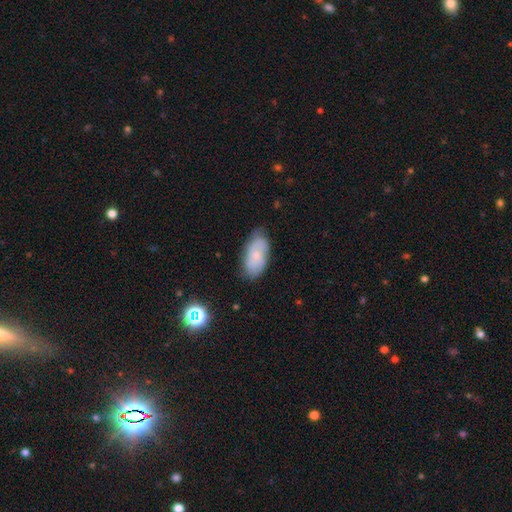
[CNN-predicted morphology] type=smooth (57%); roundness=in between (92%); merging=none (69%).